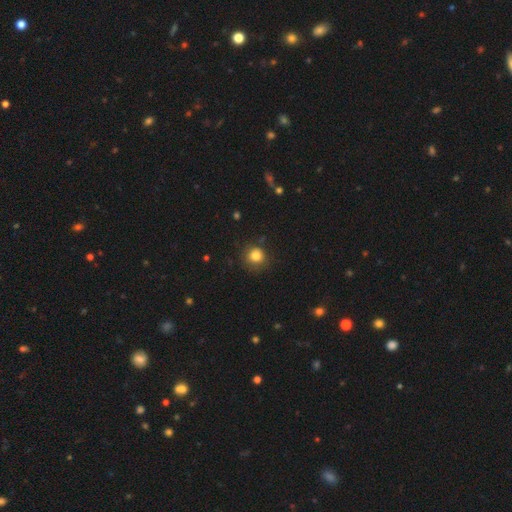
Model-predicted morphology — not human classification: Smooth or featured? Predicted: smooth (p=0.83). How rounded? Predicted: round (p=0.87). Merging? Predicted: none (p=0.78).